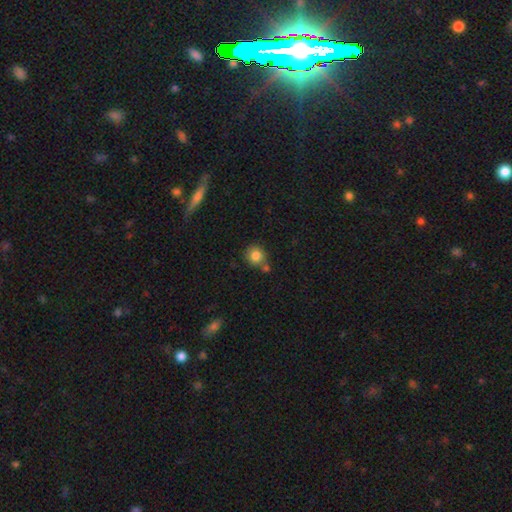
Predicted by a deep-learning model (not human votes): smooth-or-featured: smooth: 82% | star or artifact: 10% | featured or disk: 8%
  how-rounded: round: 86% | in between: 13% | cigar-shaped: 1%
  merging: none: 65% | merger: 18% | minor disturbance: 14% | major disturbance: 4%